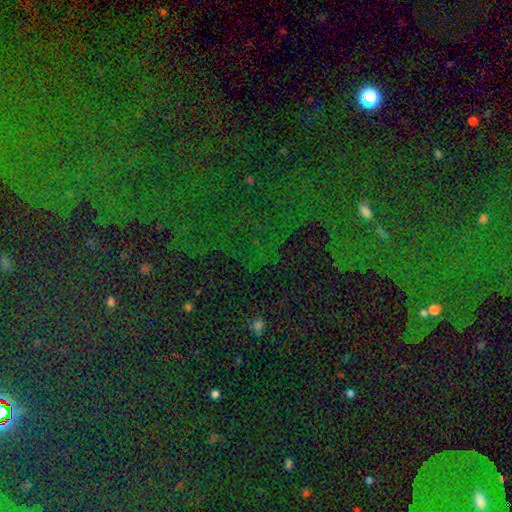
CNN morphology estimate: smooth_or_featured: star or artifact (p=0.79) [alt: smooth p=0.13]